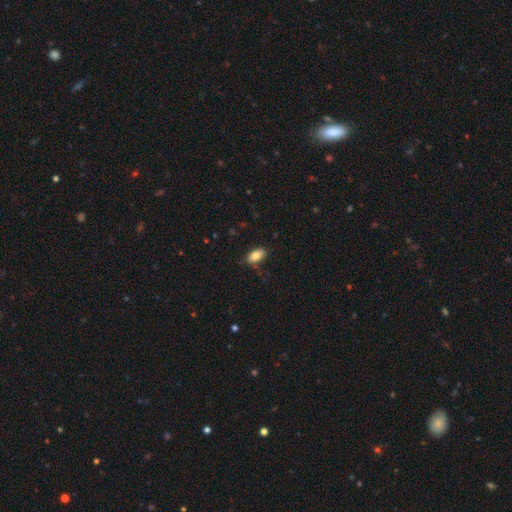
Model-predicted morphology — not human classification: Q: Smooth or featured?
A: smooth (84%); runner-up: featured or disk (8%)
Q: How rounded?
A: in between (92%); runner-up: round (5%)
Q: Merging?
A: none (80%); runner-up: minor disturbance (15%)